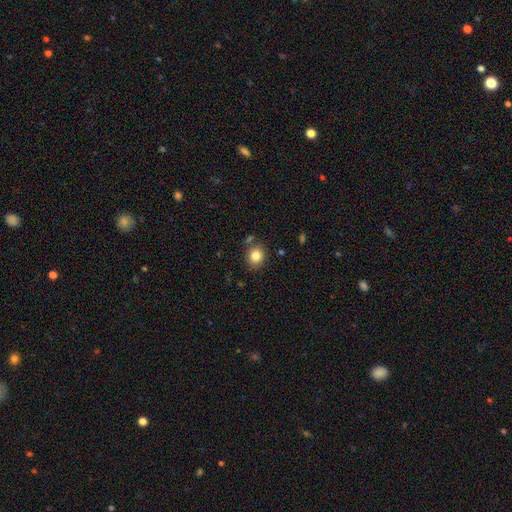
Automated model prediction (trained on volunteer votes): Smooth or featured?
  - smooth: 83% *
  - star or artifact: 10%
  - featured or disk: 7%
How rounded?
  - round: 73% *
  - in between: 26%
  - cigar-shaped: 1%
Merging?
  - none: 80% *
  - minor disturbance: 11%
  - merger: 6%
  - major disturbance: 3%